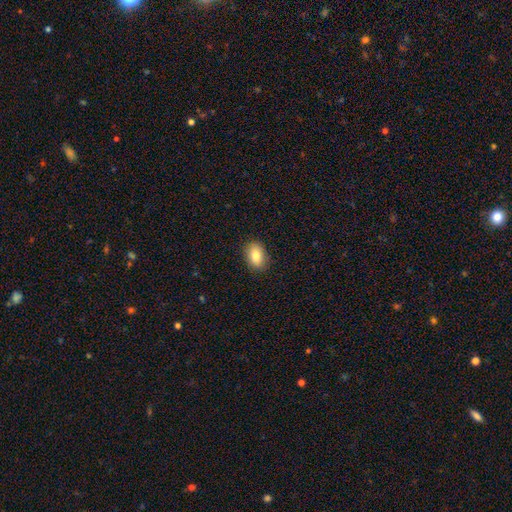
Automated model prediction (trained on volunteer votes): smooth_or_featured: smooth (p=0.83) [alt: featured or disk p=0.09]
how_rounded: in between (p=0.84) [alt: round p=0.15]
merging: none (p=0.88) [alt: minor disturbance p=0.09]